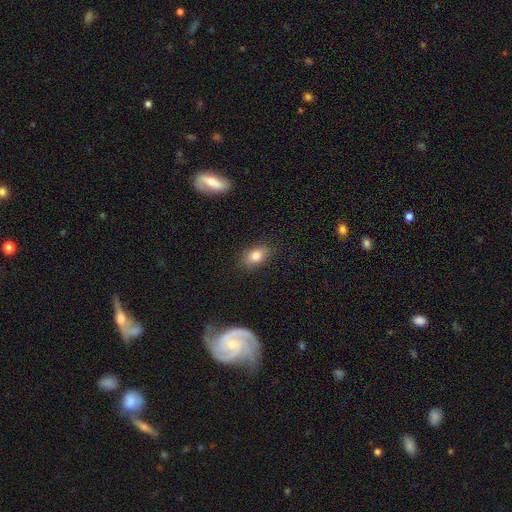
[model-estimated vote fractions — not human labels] A smooth galaxy with no disk features (81%) that is in between round and cigar-shaped (83%). Merging: none (84%).